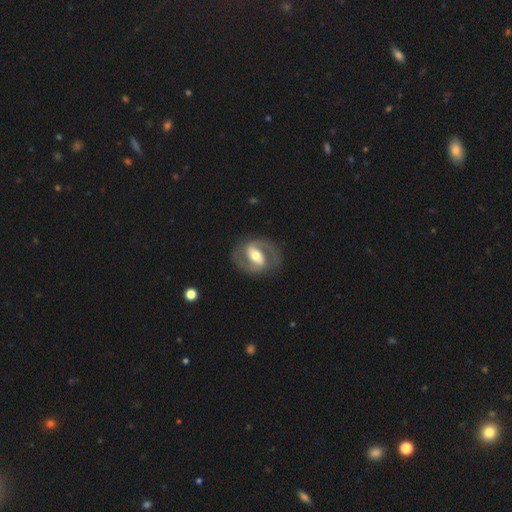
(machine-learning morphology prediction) smooth-or-featured: featured or disk: 86% | smooth: 10% | star or artifact: 4%
  disk-edge-on: no: 97% | yes: 3%
    bar: strong: 54% | weak: 32% | no: 14%
    has-spiral-arms: yes: 92% | no: 8%
      spiral-winding: medium: 56% | tight: 28% | loose: 16%
      spiral-arm-count: 2: 92% | can't tell: 3% | 1: 2% | 3: 1% | 4: 1% | more than 4: 1%
    bulge-size: moderate: 68% | small: 17% | large: 13% | dominant: 1% | none: 1%
  merging: none: 84% | minor disturbance: 10% | major disturbance: 5% | merger: 1%